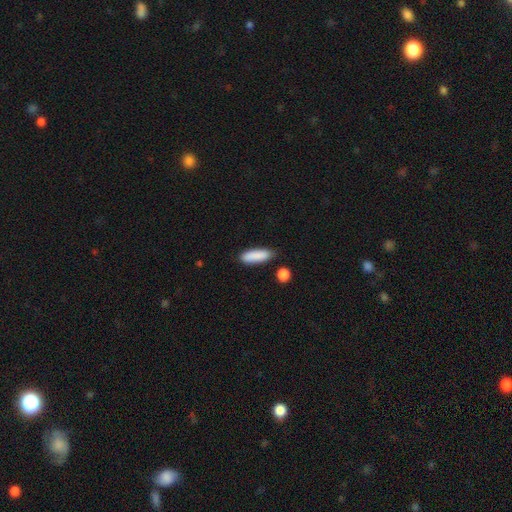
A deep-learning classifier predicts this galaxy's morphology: smooth-or-featured: smooth: 88% | star or artifact: 6% | featured or disk: 6%
  how-rounded: cigar-shaped: 50% | in between: 48% | round: 2%
  merging: none: 79% | minor disturbance: 14% | merger: 4% | major disturbance: 3%